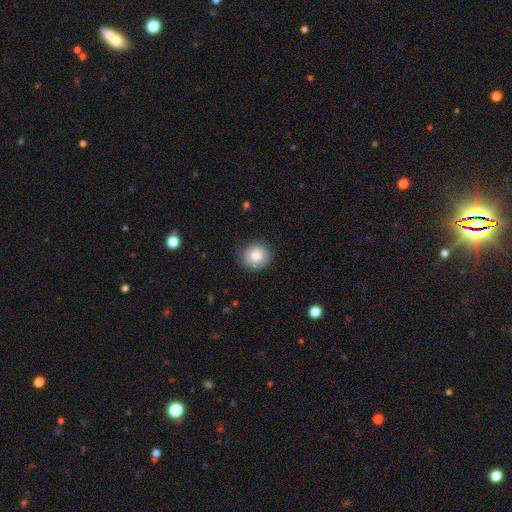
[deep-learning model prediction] Smooth or featured? smooth (82%)
How rounded? round (87%)
Merging? none (78%)